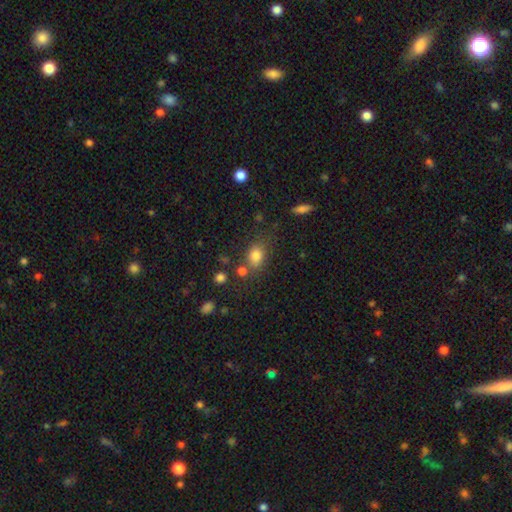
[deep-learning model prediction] Smooth or featured: smooth — 81% (star or artifact — 12%)
How rounded: in between — 66% (round — 32%)
Merging: none — 64% (minor disturbance — 17%)